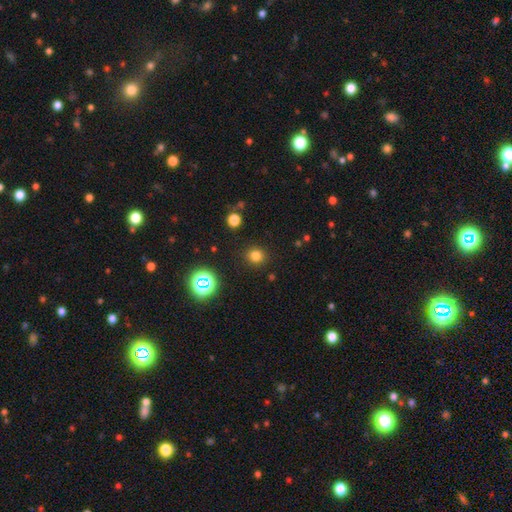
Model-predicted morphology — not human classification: Smooth or featured?
  - smooth: 78% *
  - star or artifact: 17%
  - featured or disk: 5%
How rounded?
  - round: 89% *
  - in between: 10%
  - cigar-shaped: 1%
Merging?
  - none: 90% *
  - minor disturbance: 6%
  - major disturbance: 2%
  - merger: 2%